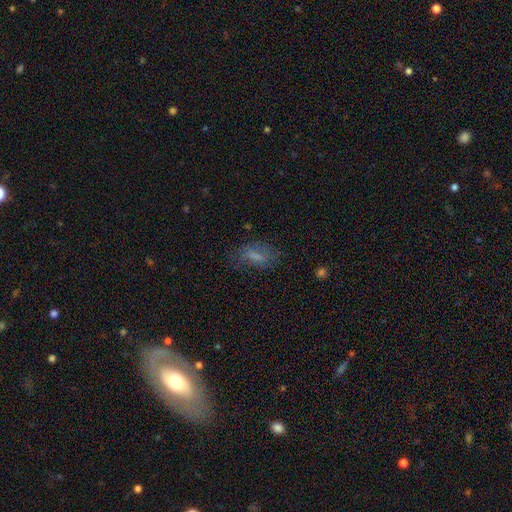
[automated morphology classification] Q: Smooth or featured?
A: smooth (60%); runner-up: featured or disk (26%)
Q: How rounded?
A: in between (77%); runner-up: cigar-shaped (17%)
Q: Merging?
A: none (63%); runner-up: minor disturbance (22%)